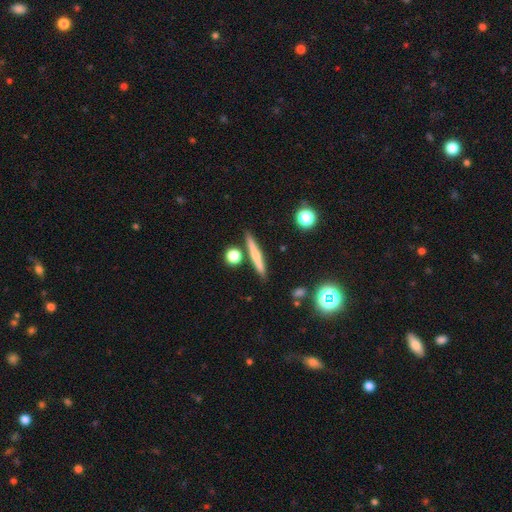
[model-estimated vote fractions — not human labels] Smooth or featured? Predicted: smooth (p=0.54). How rounded? Predicted: cigar-shaped (p=0.91). Merging? Predicted: none (p=0.85).